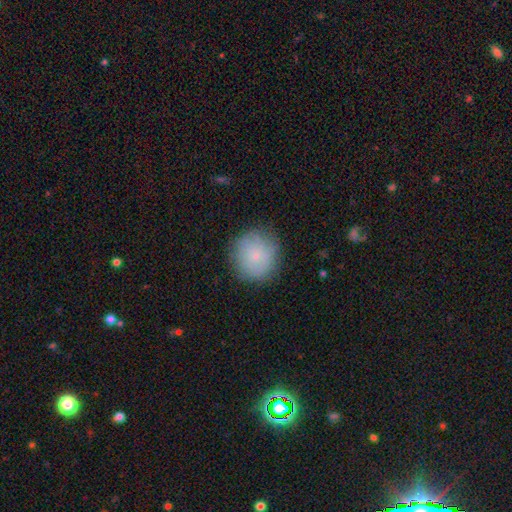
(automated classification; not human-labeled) This is likely a smooth galaxy (73%). How rounded: clearly round (91%). Merging: clearly none (81%).